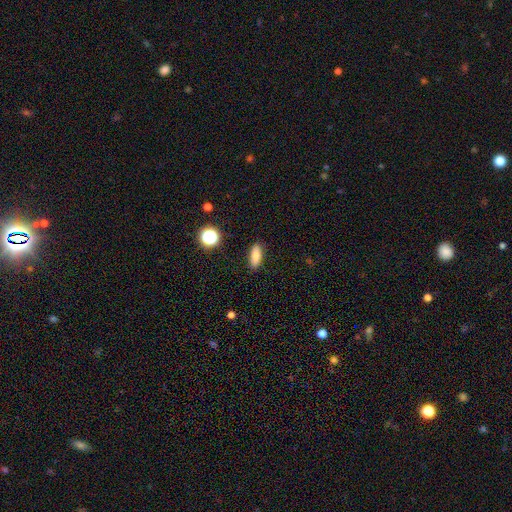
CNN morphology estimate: Smooth or featured? Predicted: smooth (p=0.84). How rounded? Predicted: in between (p=0.70). Merging? Predicted: none (p=0.88).